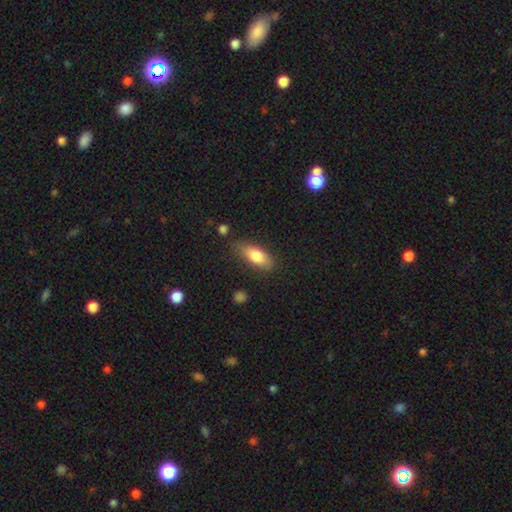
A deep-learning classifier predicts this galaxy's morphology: The model was most divided on "merging": none: 74%, minor disturbance: 18%, major disturbance: 5%, merger: 2%. More confident: smooth or featured — smooth (79%); how rounded — in between (78%).